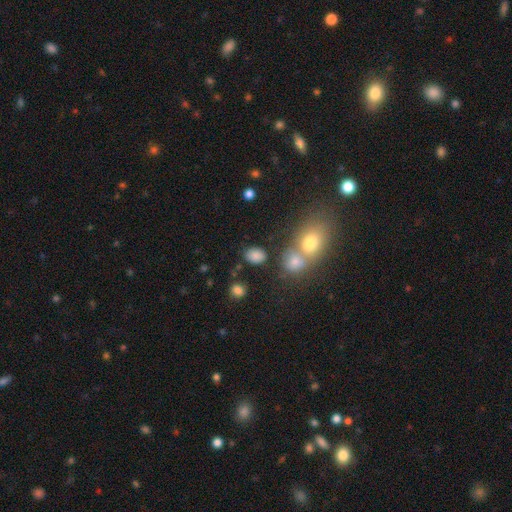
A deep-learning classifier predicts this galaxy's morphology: A smooth galaxy with no disk features (82%) that is in between round and cigar-shaped (66%).

Vote fractions:
- Smooth or featured? smooth: 82% / star or artifact: 12% / featured or disk: 6%
- How rounded? in between: 66% / round: 33% / cigar-shaped: 1%
- Merging? none: 72% / minor disturbance: 12% / merger: 11% / major disturbance: 5%